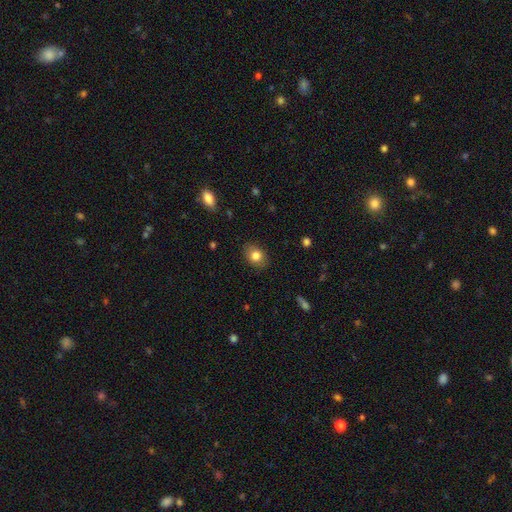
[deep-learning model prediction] Morphology: type=smooth (81%); roundness=in between (59%); merging=none (84%).